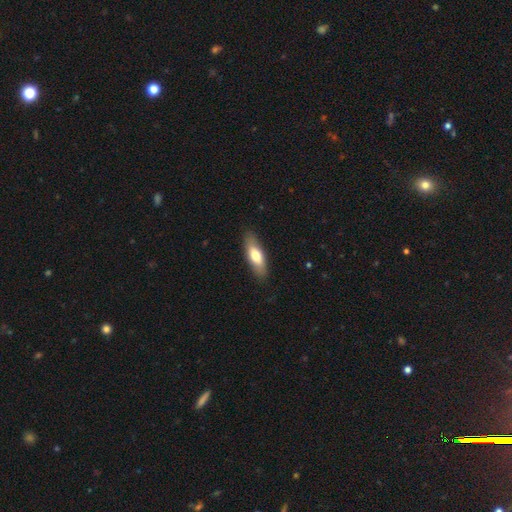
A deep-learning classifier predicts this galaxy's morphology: This appears to be a smooth galaxy with no disk features (67%) that is in between round and cigar-shaped (63%). Merging: none (85%).